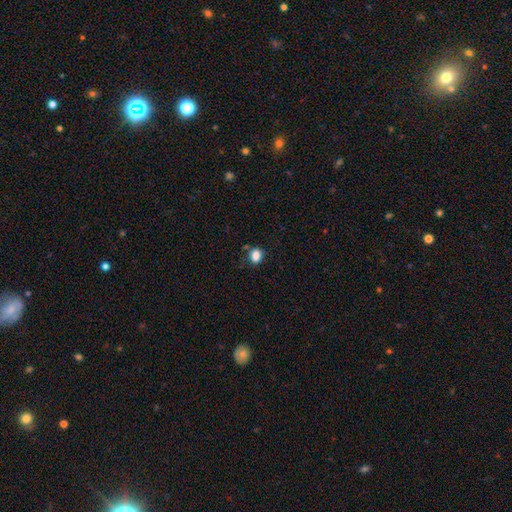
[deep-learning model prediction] Morphology: type=smooth (85%); roundness=in between (57%); merging=none (71%).